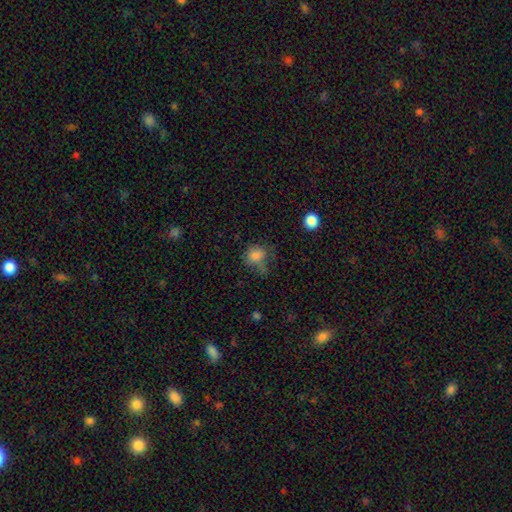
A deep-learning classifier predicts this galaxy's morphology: smooth-or-featured: smooth: 80% | star or artifact: 12% | featured or disk: 9%
  how-rounded: round: 71% | in between: 28% | cigar-shaped: 1%
  merging: none: 49% | minor disturbance: 28% | major disturbance: 17% | merger: 6%